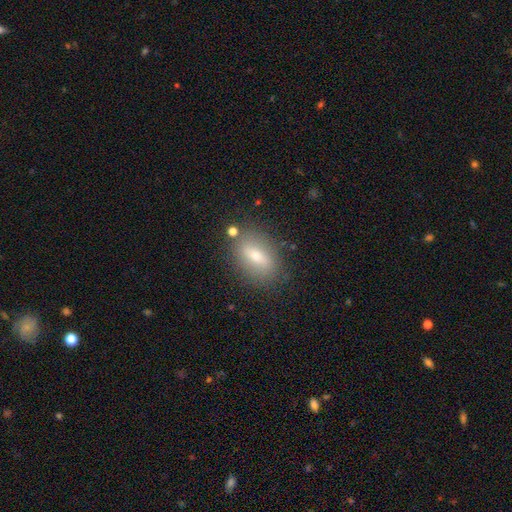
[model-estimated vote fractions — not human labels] The model was most divided on "smooth or featured": smooth: 58%, featured or disk: 31%, star or artifact: 11%. More confident: merging — none (82%); how rounded — in between (78%).